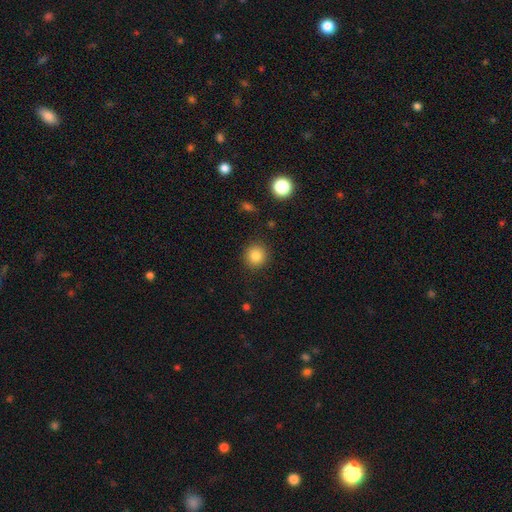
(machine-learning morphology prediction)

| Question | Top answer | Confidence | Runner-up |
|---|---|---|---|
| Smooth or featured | smooth | 84% | star or artifact (11%) |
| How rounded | round | 92% | in between (7%) |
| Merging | none | 89% | minor disturbance (7%) |